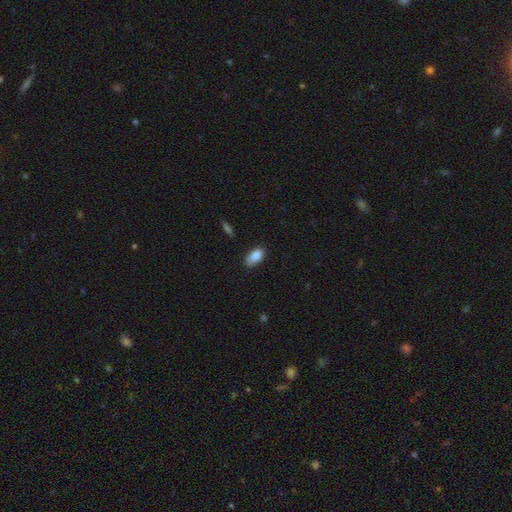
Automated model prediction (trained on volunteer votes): Smooth or featured? smooth (86%)
How rounded? in between (92%)
Merging? none (73%)